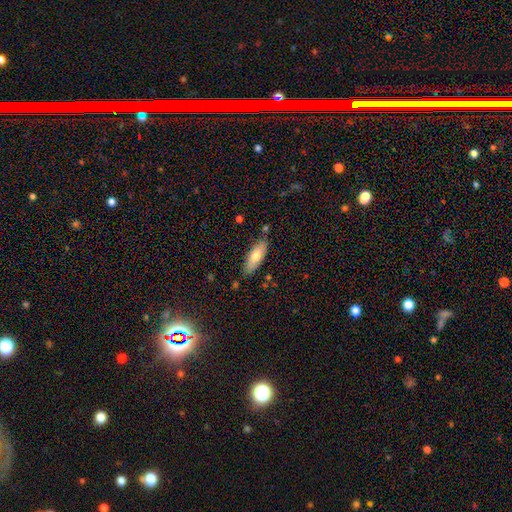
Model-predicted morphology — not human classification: Smooth or featured? Predicted: smooth (p=0.71). How rounded? Predicted: in between (p=0.70). Merging? Predicted: none (p=0.79).